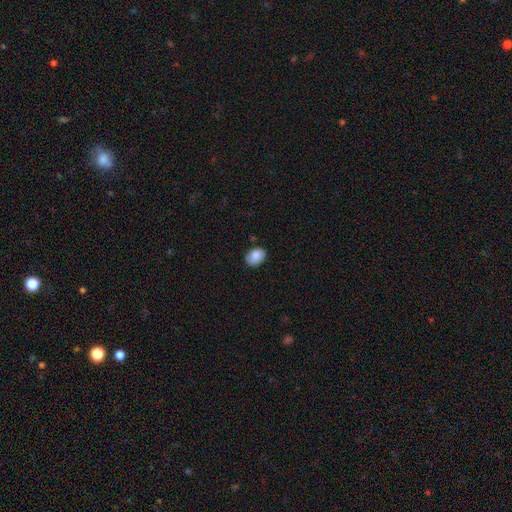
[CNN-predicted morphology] Smooth or featured? Predicted: smooth (p=0.83). How rounded? Predicted: in between (p=0.69). Merging? Predicted: none (p=0.79).